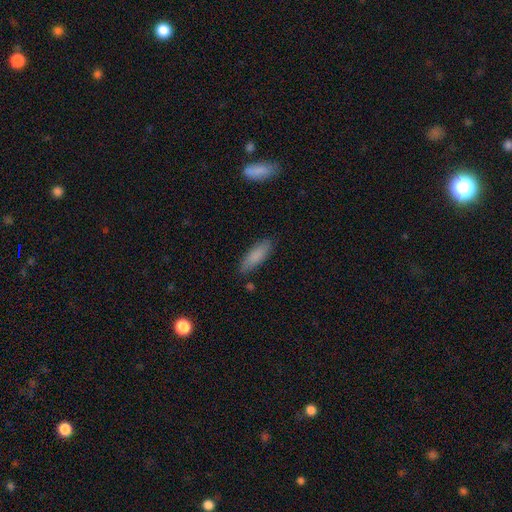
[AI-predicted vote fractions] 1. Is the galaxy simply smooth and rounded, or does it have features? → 83% smooth, 10% featured or disk, 6% star or artifact.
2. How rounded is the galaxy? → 51% in between, 47% cigar-shaped, 2% round.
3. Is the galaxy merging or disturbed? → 82% none, 13% minor disturbance, 3% major disturbance, 2% merger.